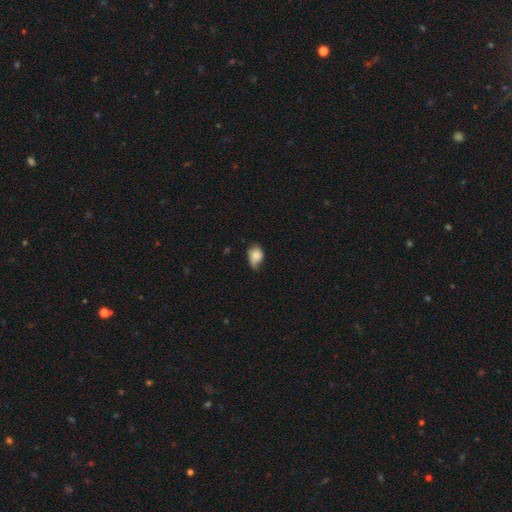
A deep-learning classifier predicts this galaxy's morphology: smooth_or_featured: smooth (p=0.77) [alt: featured or disk p=0.15]
how_rounded: in between (p=0.70) [alt: round p=0.28]
merging: minor disturbance (p=0.48) [alt: none p=0.34]